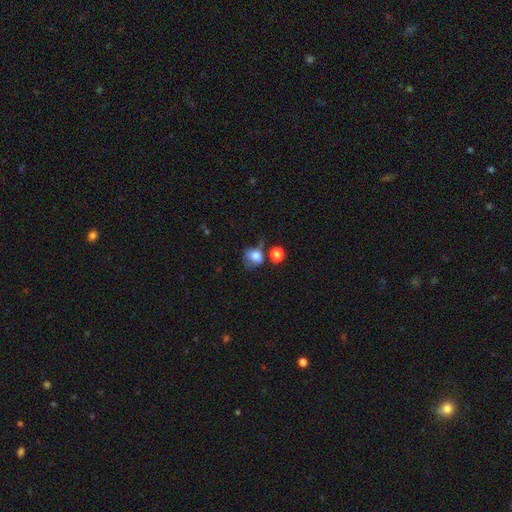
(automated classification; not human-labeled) Smooth or featured? Predicted: smooth (p=0.76). How rounded? Predicted: round (p=0.60). Merging? Predicted: none (p=0.38).